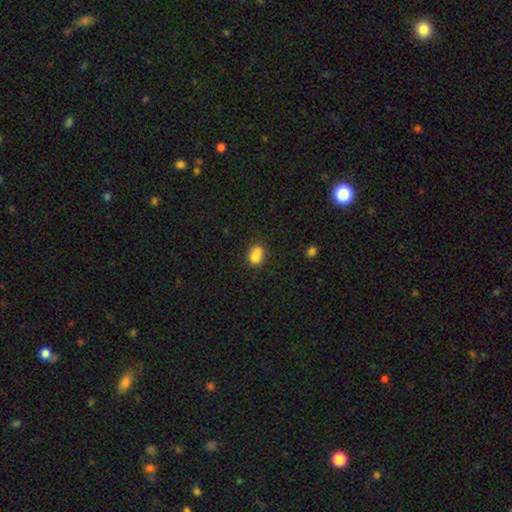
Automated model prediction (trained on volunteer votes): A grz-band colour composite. It shows a smooth galaxy with no disk features (77%) that is round (50%). Merging: merger (40%, tied with none).